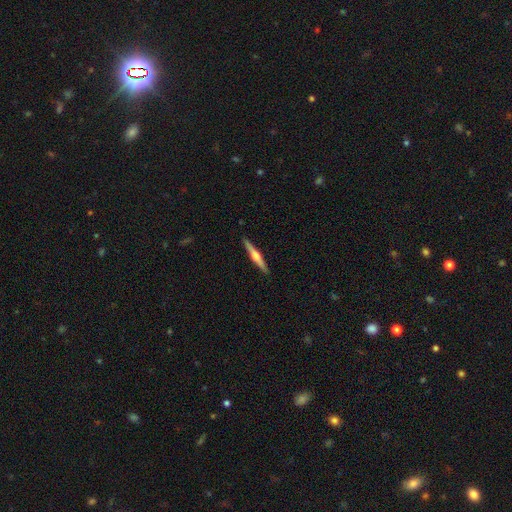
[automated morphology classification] This is likely a featured or disk galaxy (65%). It is clearly viewed edge-on (98%). Edge-on bulge: clearly rounded (83%). Merging: clearly none (91%).